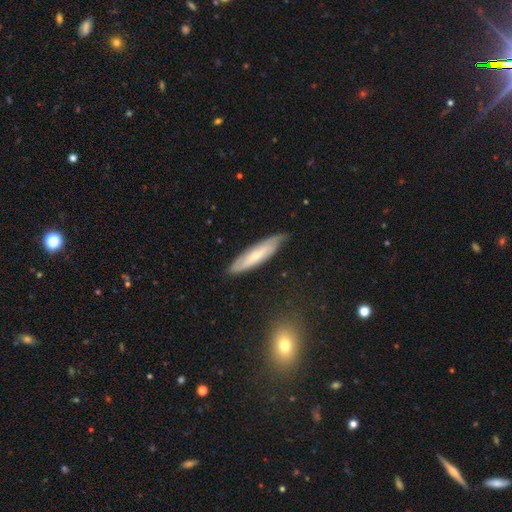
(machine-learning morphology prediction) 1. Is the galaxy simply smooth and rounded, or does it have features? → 50% featured or disk, 44% smooth, 7% star or artifact.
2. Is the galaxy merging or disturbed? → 72% none, 21% minor disturbance, 4% major disturbance, 2% merger.